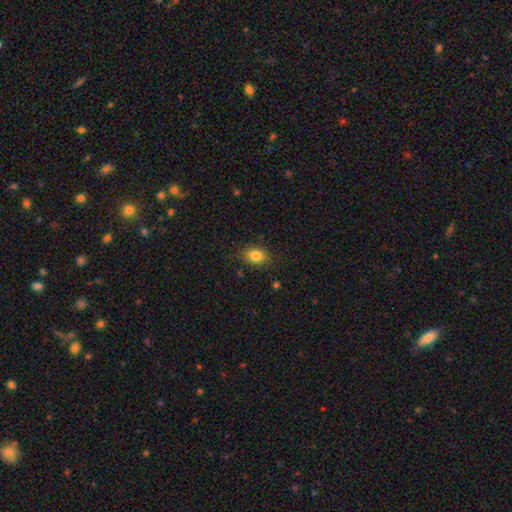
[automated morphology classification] smooth 82%, star or artifact 10%, featured or disk 8%. Down the decision tree: how rounded — in between (75%); merging — none (82%).